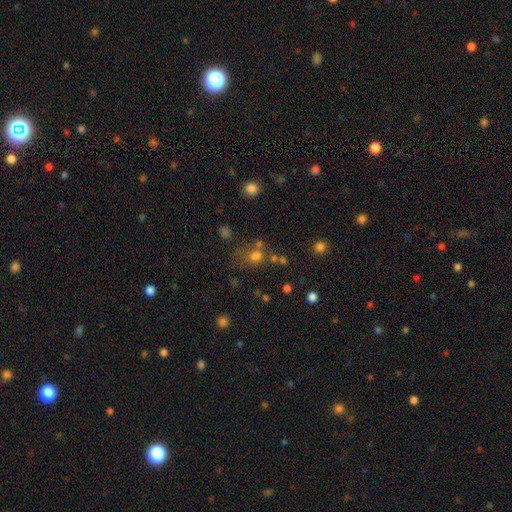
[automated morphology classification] This is likely a smooth galaxy (66%). How rounded: likely round (63%). Merging: possibly none (50%).